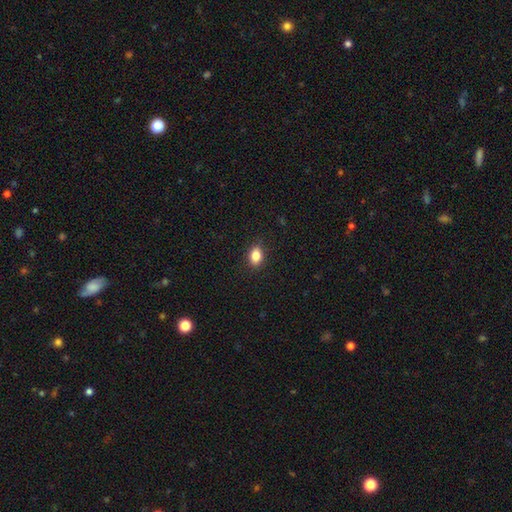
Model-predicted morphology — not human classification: Smooth or featured?
  - smooth: 84% *
  - star or artifact: 9%
  - featured or disk: 7%
How rounded?
  - in between: 77% *
  - round: 21%
  - cigar-shaped: 2%
Merging?
  - none: 88% *
  - minor disturbance: 9%
  - major disturbance: 2%
  - merger: 1%